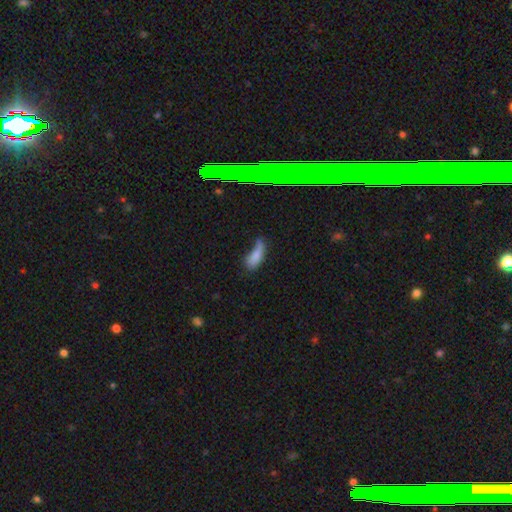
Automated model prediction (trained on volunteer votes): Smooth or featured: smooth — 75% (featured or disk — 14%)
How rounded: in between — 71% (cigar-shaped — 26%)
Merging: minor disturbance — 33% (none — 28%)